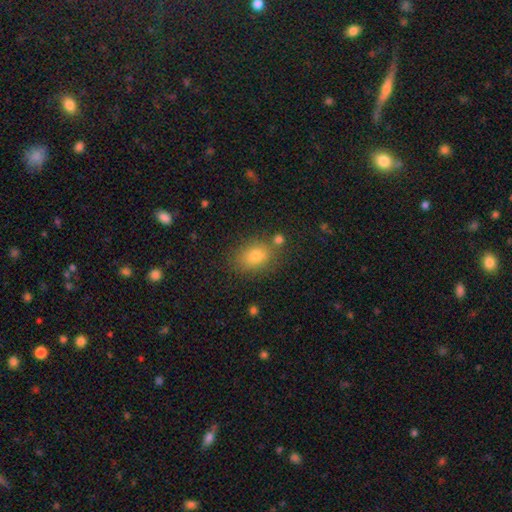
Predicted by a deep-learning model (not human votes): Smooth or featured? smooth (78%)
How rounded? in between (71%)
Merging? none (76%)